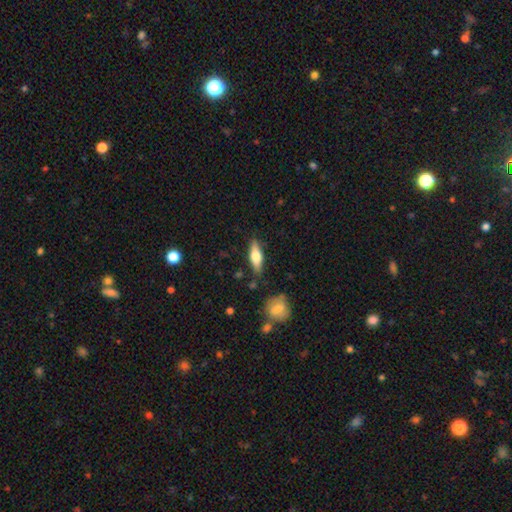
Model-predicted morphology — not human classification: This is possibly a smooth galaxy (56%). How rounded: possibly in between (52%). Merging: clearly none (83%).